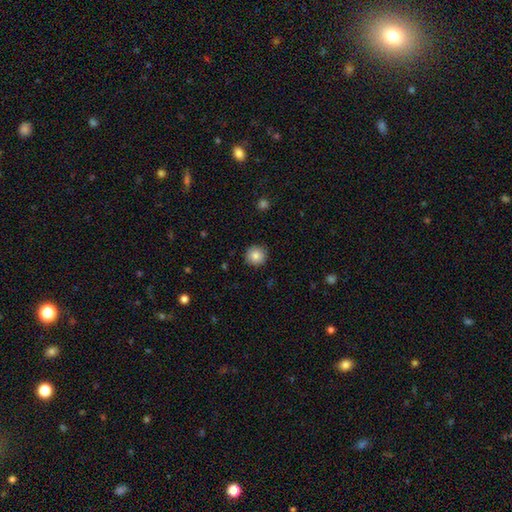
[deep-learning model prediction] Smooth or featured?
  - smooth: 85% *
  - star or artifact: 9%
  - featured or disk: 6%
How rounded?
  - round: 95% *
  - in between: 5%
  - cigar-shaped: 1%
Merging?
  - none: 91% *
  - minor disturbance: 7%
  - major disturbance: 2%
  - merger: 1%